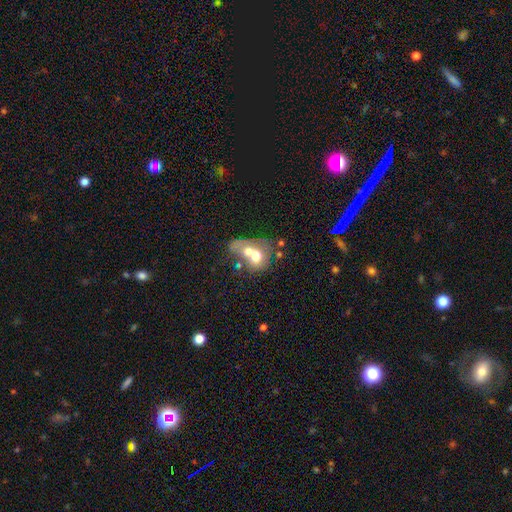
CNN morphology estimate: This is possibly a smooth galaxy (53%). How rounded: possibly in between (58%). Merging: likely merger (70%).